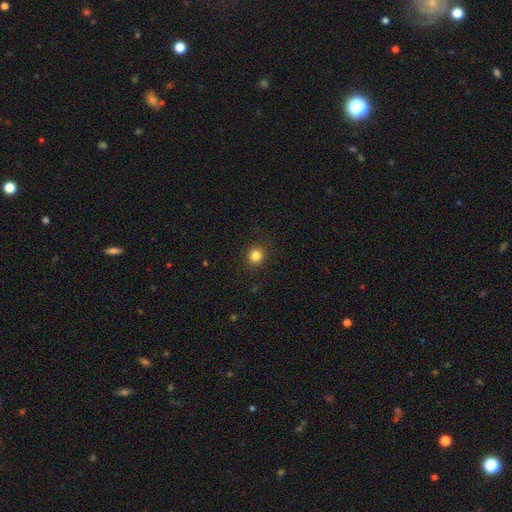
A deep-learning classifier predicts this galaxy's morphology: A smooth galaxy with no disk features (83%) that is round (93%). Merging: none (91%).